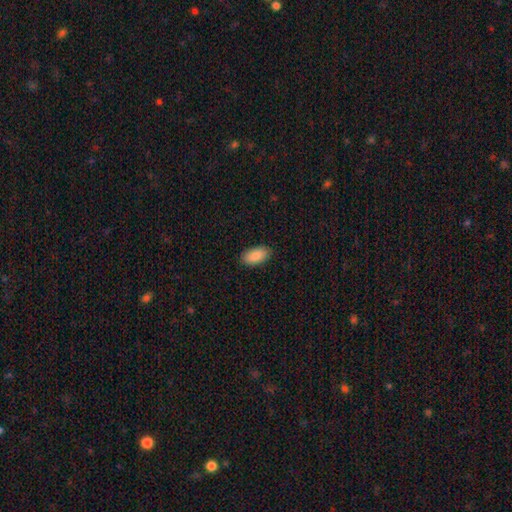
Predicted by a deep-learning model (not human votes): Smooth or featured? Predicted: smooth (p=0.89). How rounded? Predicted: in between (p=0.94). Merging? Predicted: none (p=0.88).